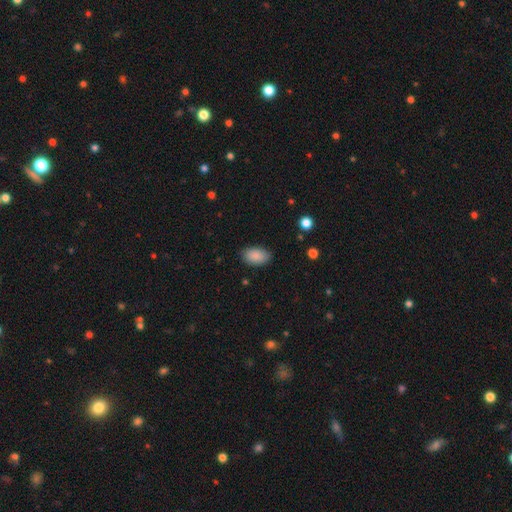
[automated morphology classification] A smooth galaxy with no disk features (88%) that is in between round and cigar-shaped (93%). Merging: none (84%).